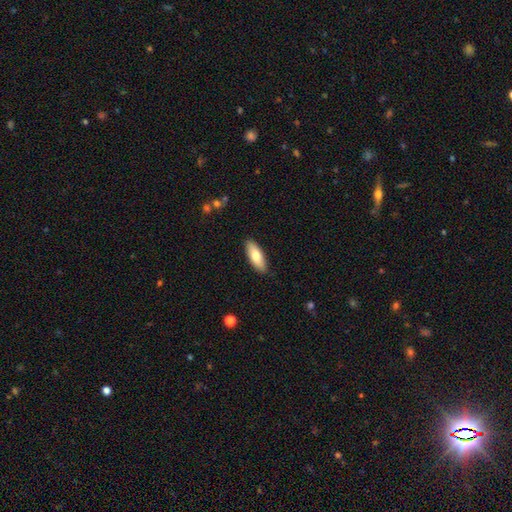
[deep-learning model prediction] The model was most divided on "how rounded": in between: 70%, cigar-shaped: 28%, round: 2%. More confident: merging — none (89%); smooth or featured — smooth (76%).